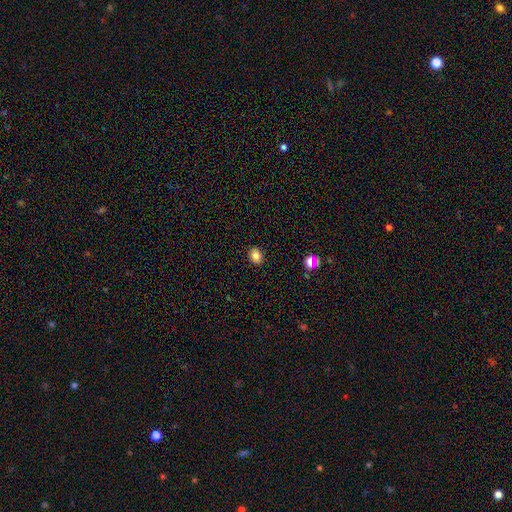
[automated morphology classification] A smooth galaxy with no disk features (82%) that is in between round and cigar-shaped (51%).

Vote fractions:
- Smooth or featured? smooth: 82% / star or artifact: 12% / featured or disk: 6%
- How rounded? in between: 51% / round: 48% / cigar-shaped: 1%
- Merging? none: 90% / minor disturbance: 7% / major disturbance: 2% / merger: 1%